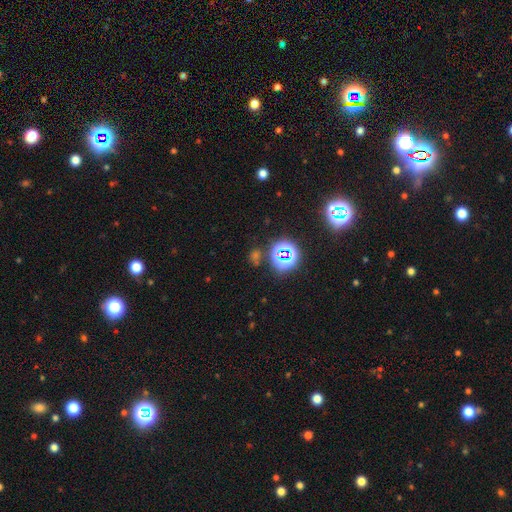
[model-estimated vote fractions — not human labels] smooth-or-featured: star or artifact: 64% | smooth: 28% | featured or disk: 9%